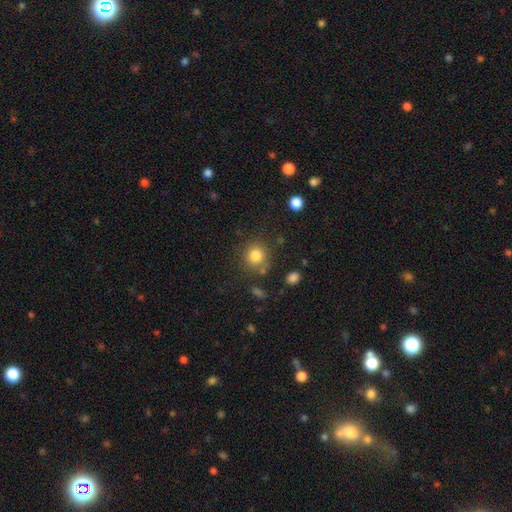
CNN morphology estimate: smooth 82%, star or artifact 11%, featured or disk 7%. Down the decision tree: how rounded — round (89%); merging — none (77%).